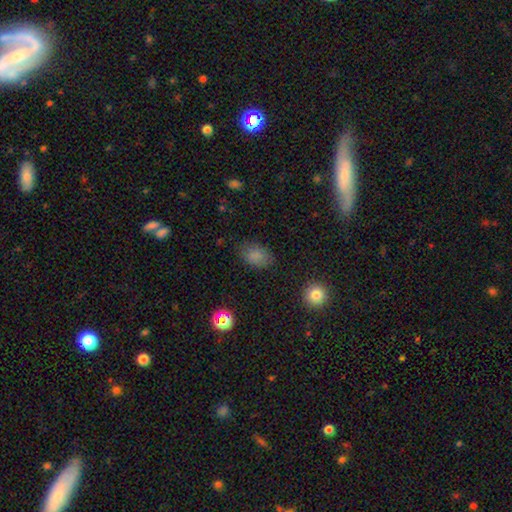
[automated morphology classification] This is clearly a smooth galaxy (82%). How rounded: clearly in between (81%). Merging: likely none (78%).